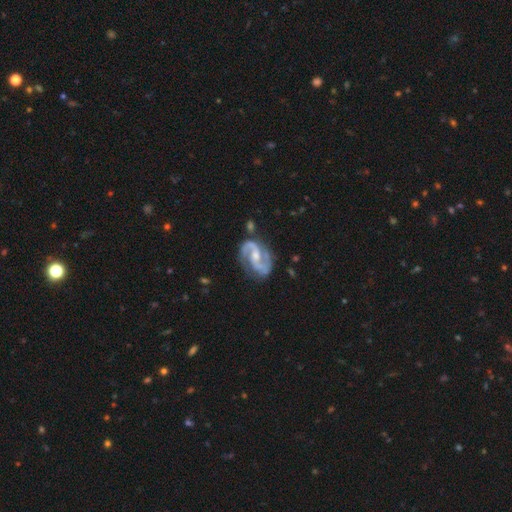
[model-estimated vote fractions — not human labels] Smooth or featured?
  - featured or disk: 92% *
  - star or artifact: 4%
  - smooth: 4%
Edge-on disk?
  - no: 98% *
  - yes: 2%
Bar?
  - weak: 46% *
  - no: 35%
  - strong: 19%
Spiral arms?
  - yes: 98% *
  - no: 2%
Spiral winding?
  - medium: 58% *
  - loose: 23%
  - tight: 19%
Spiral arm count?
  - 2: 93% *
  - can't tell: 2%
  - 3: 2%
  - 1: 1%
  - 4: 1%
  - more than 4: 1%
Bulge size?
  - moderate: 51% *
  - small: 39%
  - none: 5%
  - large: 3%
  - dominant: 1%
Merging?
  - none: 72% *
  - minor disturbance: 18%
  - major disturbance: 7%
  - merger: 3%